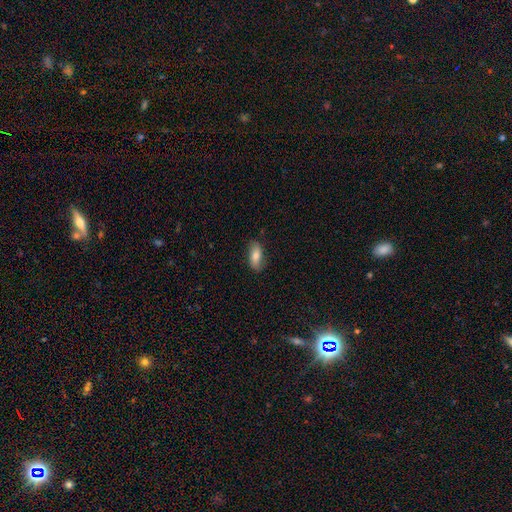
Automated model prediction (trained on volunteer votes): This appears to be a smooth galaxy with no disk features (76%) that is in between round and cigar-shaped (82%). Merging: none (80%).